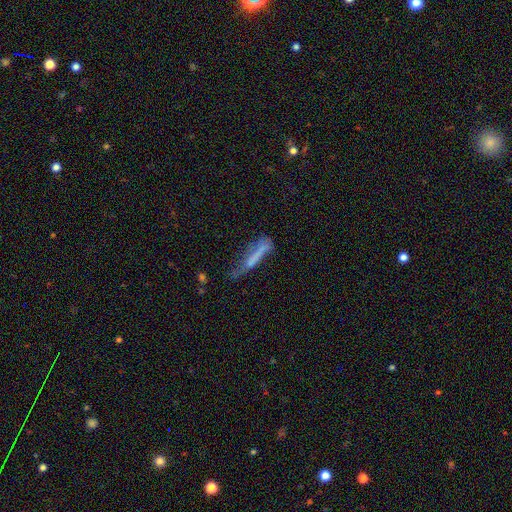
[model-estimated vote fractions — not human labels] Smooth or featured?
  - smooth: 54% *
  - featured or disk: 36%
  - star or artifact: 11%
How rounded?
  - cigar-shaped: 88% *
  - in between: 10%
  - round: 2%
Merging?
  - none: 37% *
  - minor disturbance: 30%
  - major disturbance: 26%
  - merger: 7%